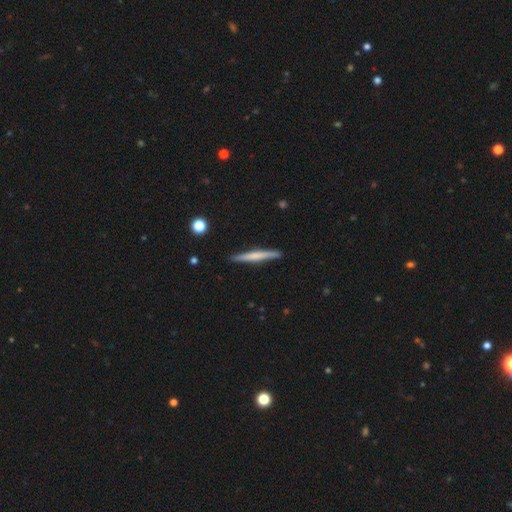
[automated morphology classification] type=smooth (51%); roundness=cigar-shaped (96%); merging=none (90%).